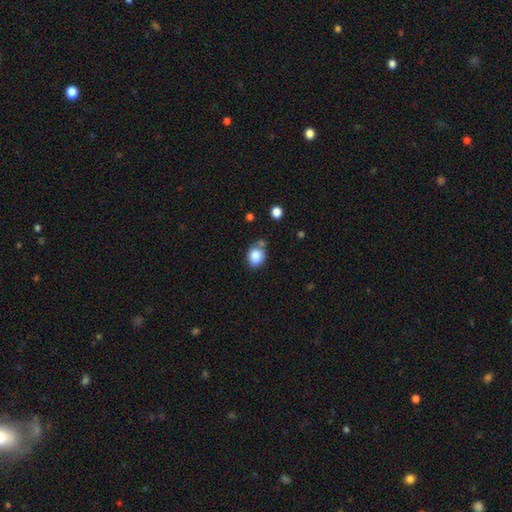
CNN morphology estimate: Smooth or featured? Predicted: smooth (p=0.86). How rounded? Predicted: round (p=0.59). Merging? Predicted: none (p=0.63).